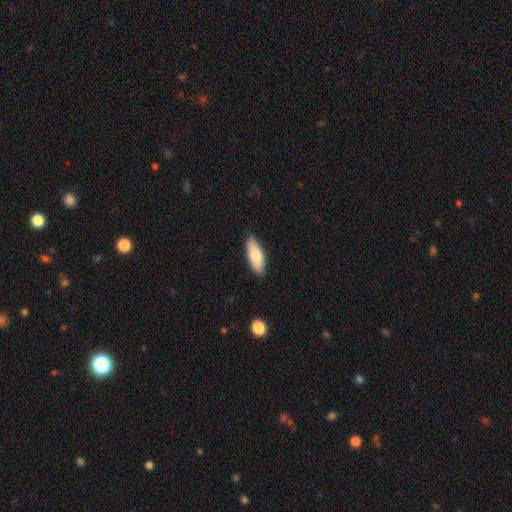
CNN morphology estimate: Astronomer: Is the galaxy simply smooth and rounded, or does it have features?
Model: smooth — 79%.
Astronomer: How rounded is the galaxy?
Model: in between — 73%.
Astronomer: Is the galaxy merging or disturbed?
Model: none — 86%.